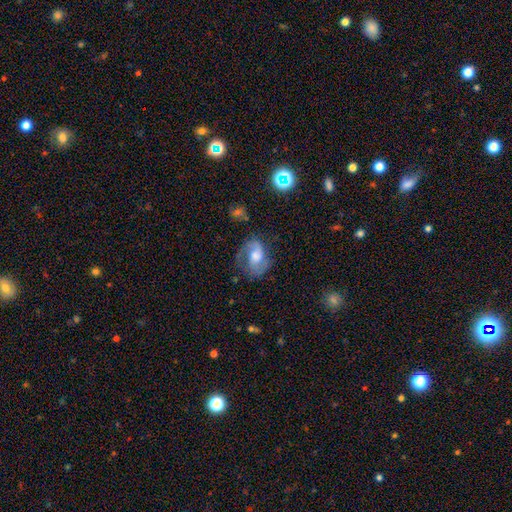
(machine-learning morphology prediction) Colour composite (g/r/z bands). It shows a featured or disk galaxy (70%) with no bar (50%), 2 (75%) medium (48%) spiral arms (89%) and a moderate central bulge (51%). Merging: none (59%).